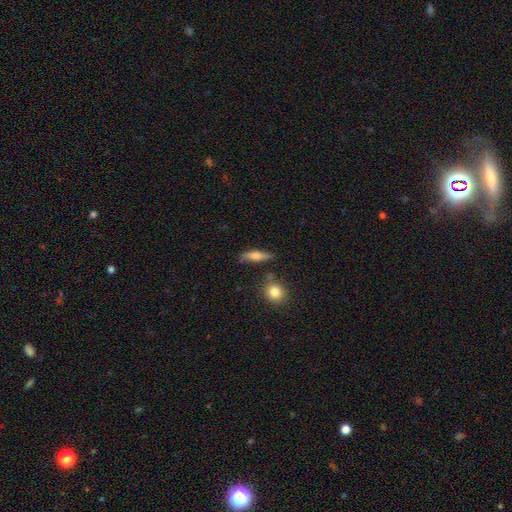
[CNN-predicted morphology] Smooth or featured: smooth — 62% (featured or disk — 30%)
How rounded: cigar-shaped — 59% (in between — 36%)
Merging: none — 78% (minor disturbance — 13%)